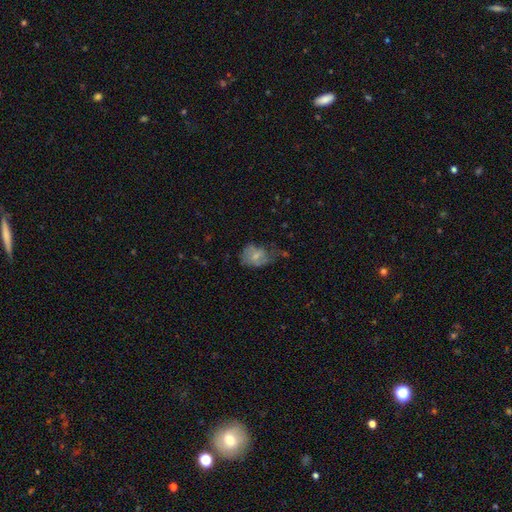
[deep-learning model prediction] smooth_or_featured: smooth (p=0.58) [alt: featured or disk p=0.34]
how_rounded: in between (p=0.66) [alt: round p=0.33]
merging: minor disturbance (p=0.35) [alt: none p=0.31]